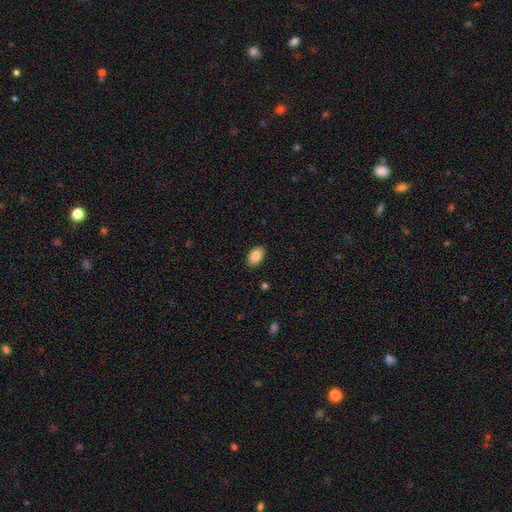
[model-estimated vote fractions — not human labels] smooth-or-featured: smooth: 86% | featured or disk: 7% | star or artifact: 7%
  how-rounded: in between: 93% | round: 5% | cigar-shaped: 2%
  merging: none: 88% | minor disturbance: 9% | major disturbance: 2% | merger: 1%